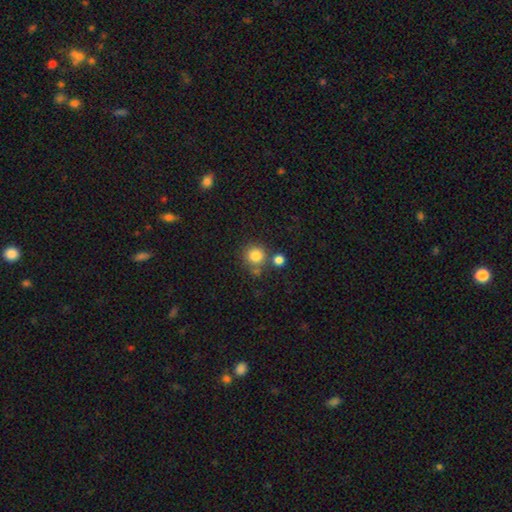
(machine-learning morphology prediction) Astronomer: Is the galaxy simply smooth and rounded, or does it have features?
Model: smooth — 82%.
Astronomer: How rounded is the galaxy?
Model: round — 92%.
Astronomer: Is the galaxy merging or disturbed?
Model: none — 69%.